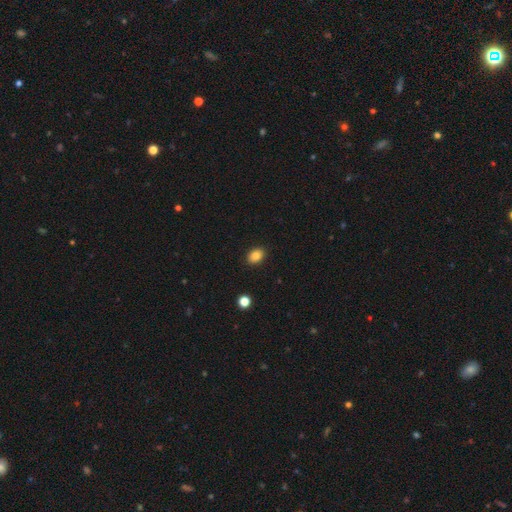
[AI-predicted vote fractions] This appears to be a smooth galaxy with no disk features (86%) that is in between round and cigar-shaped (73%). Merging: none (90%).